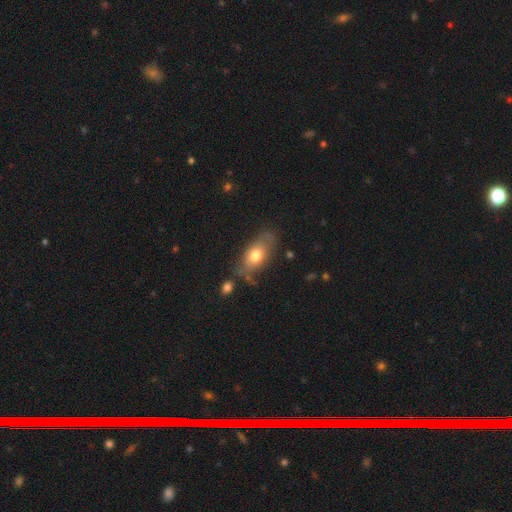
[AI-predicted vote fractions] Smooth or featured? Predicted: smooth (p=0.69). How rounded? Predicted: in between (p=0.86). Merging? Predicted: none (p=0.60).